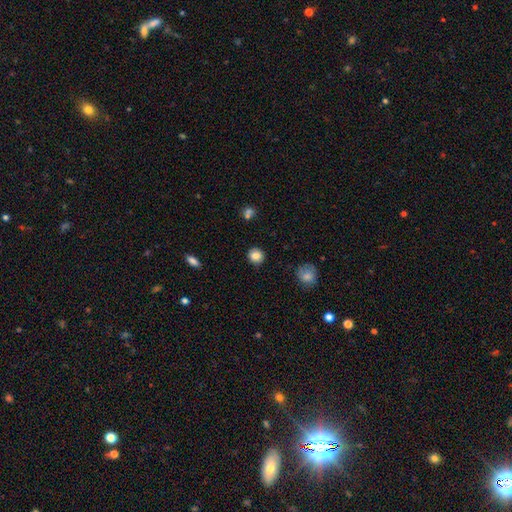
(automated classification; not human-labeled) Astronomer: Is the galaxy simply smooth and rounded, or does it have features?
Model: smooth — 84%.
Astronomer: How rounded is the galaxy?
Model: round — 90%.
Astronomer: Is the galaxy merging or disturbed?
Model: none — 90%.